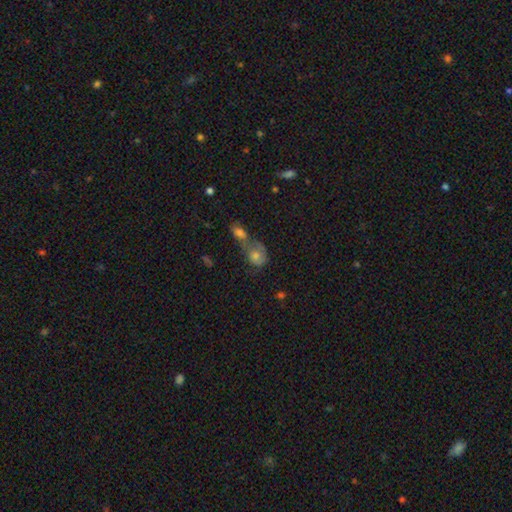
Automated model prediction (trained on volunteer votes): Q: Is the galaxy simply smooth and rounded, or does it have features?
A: smooth — 54%.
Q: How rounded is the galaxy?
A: round — 54%.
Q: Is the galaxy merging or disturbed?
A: merger — 56%.